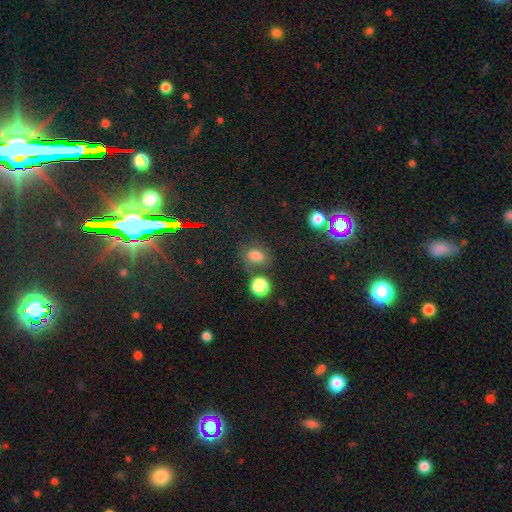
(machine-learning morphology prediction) A smooth galaxy with no disk features (75%) that is in between round and cigar-shaped (66%). Merging: none (69%).